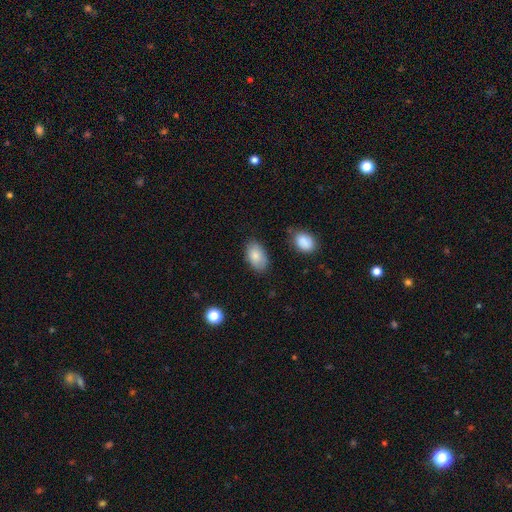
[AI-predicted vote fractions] Smooth or featured?
  - smooth: 84% *
  - featured or disk: 9%
  - star or artifact: 7%
How rounded?
  - in between: 92% *
  - round: 7%
  - cigar-shaped: 1%
Merging?
  - none: 77% *
  - minor disturbance: 17%
  - major disturbance: 4%
  - merger: 3%